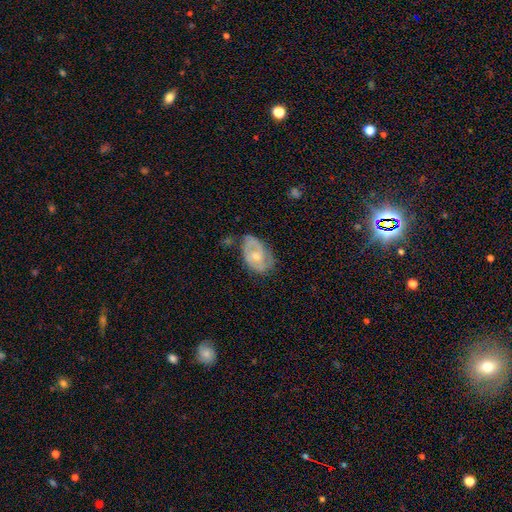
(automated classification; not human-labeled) Smooth or featured? featured or disk (67%)
Edge-on disk? no (96%)
Bar? no (64%)
Spiral arms? yes (80%)
Spiral winding? tight (45%)
Spiral arm count? 2 (60%)
Bulge size? moderate (55%)
Merging? none (56%)